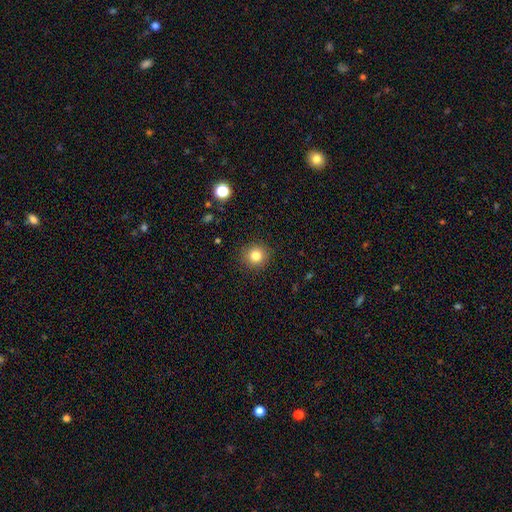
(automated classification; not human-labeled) smooth_or_featured: smooth (p=0.82) [alt: star or artifact p=0.12]
how_rounded: round (p=0.91) [alt: in between p=0.08]
merging: none (p=0.91) [alt: minor disturbance p=0.06]